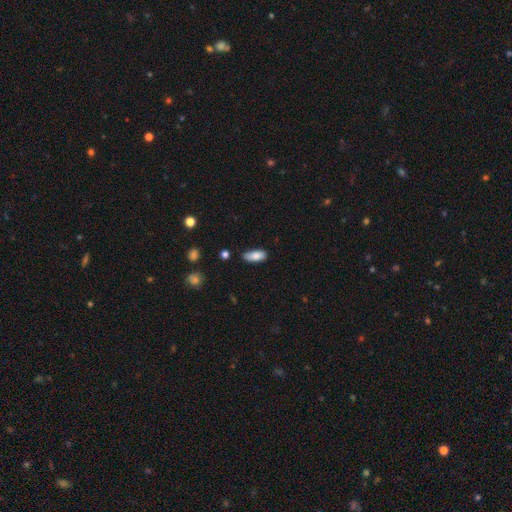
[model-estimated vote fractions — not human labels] This appears to be a smooth galaxy with no disk features (85%) that is in between round and cigar-shaped (82%). Merging: none (72%).